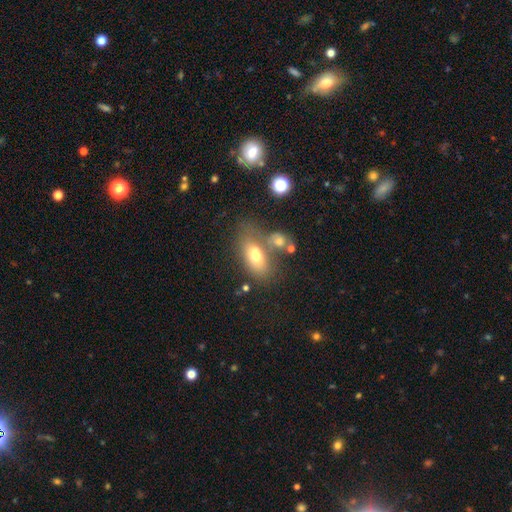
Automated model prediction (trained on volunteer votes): Smooth or featured?
  - smooth: 67% *
  - featured or disk: 23%
  - star or artifact: 10%
How rounded?
  - in between: 85% *
  - cigar-shaped: 8%
  - round: 7%
Merging?
  - none: 39% *
  - merger: 33%
  - minor disturbance: 16%
  - major disturbance: 12%